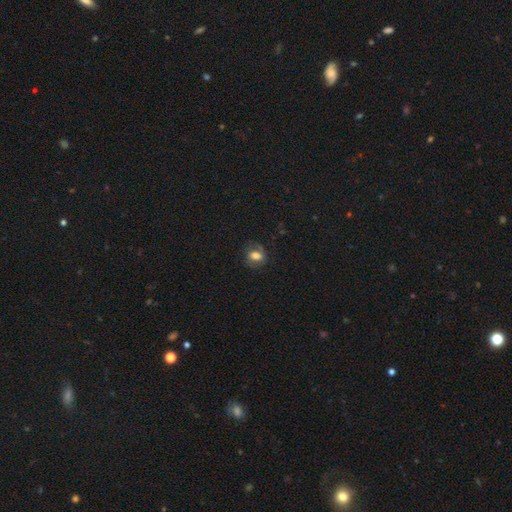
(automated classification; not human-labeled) Smooth or featured?
  - smooth: 68% *
  - featured or disk: 22%
  - star or artifact: 10%
How rounded?
  - in between: 65% *
  - round: 33%
  - cigar-shaped: 2%
Merging?
  - none: 68% *
  - minor disturbance: 20%
  - major disturbance: 10%
  - merger: 2%